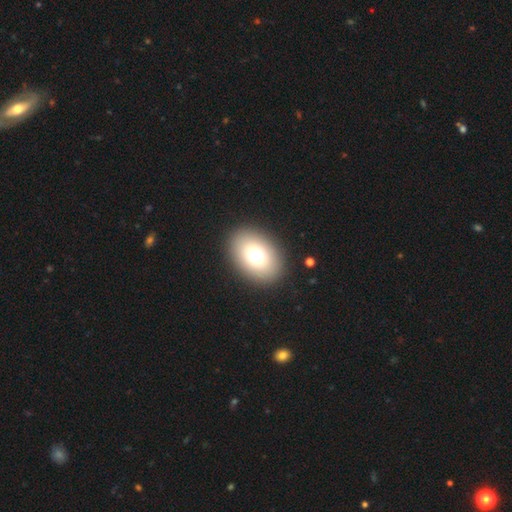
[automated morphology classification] smooth_or_featured: smooth (p=0.74) [alt: featured or disk p=0.14]
how_rounded: in between (p=0.74) [alt: round p=0.25]
merging: none (p=0.90) [alt: minor disturbance p=0.07]